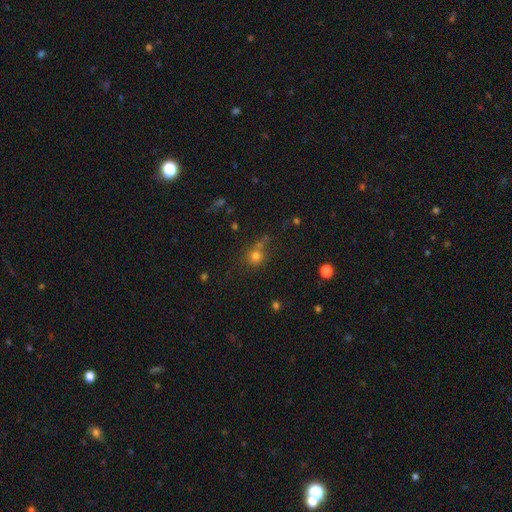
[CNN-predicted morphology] smooth 74%, star or artifact 18%, featured or disk 8%. Down the decision tree: how rounded — round (88%); merging — none (65%).